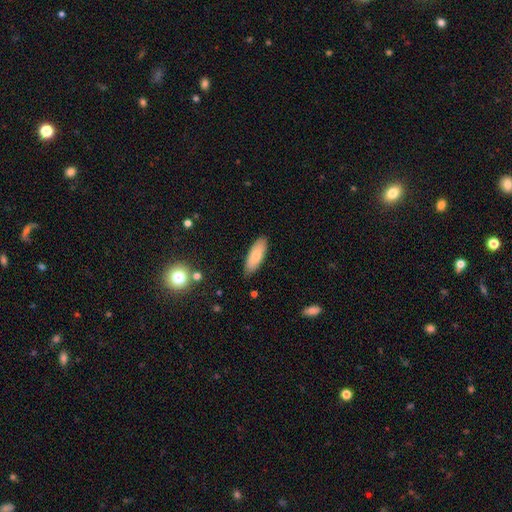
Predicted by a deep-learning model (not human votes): Q: Smooth or featured?
A: smooth (77%); runner-up: featured or disk (17%)
Q: How rounded?
A: in between (66%); runner-up: cigar-shaped (32%)
Q: Merging?
A: none (85%); runner-up: minor disturbance (12%)